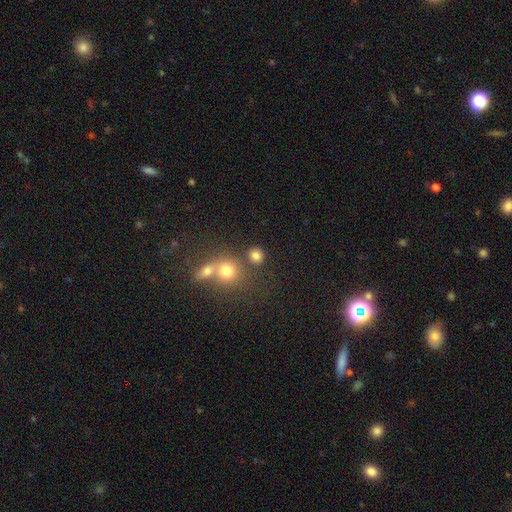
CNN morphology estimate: The model was most divided on "merging": none: 70%, merger: 18%, minor disturbance: 8%, major disturbance: 4%. More confident: how rounded — round (82%); smooth or featured — smooth (79%).